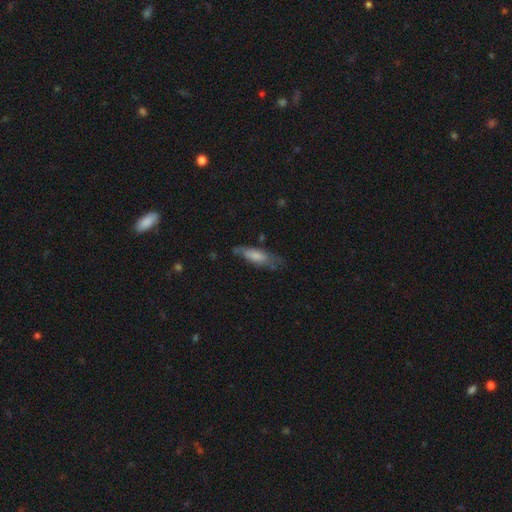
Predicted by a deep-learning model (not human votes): Smooth or featured?
  - smooth: 66% *
  - featured or disk: 28%
  - star or artifact: 6%
How rounded?
  - in between: 52% *
  - cigar-shaped: 46%
  - round: 2%
Merging?
  - none: 55% *
  - minor disturbance: 30%
  - major disturbance: 12%
  - merger: 3%